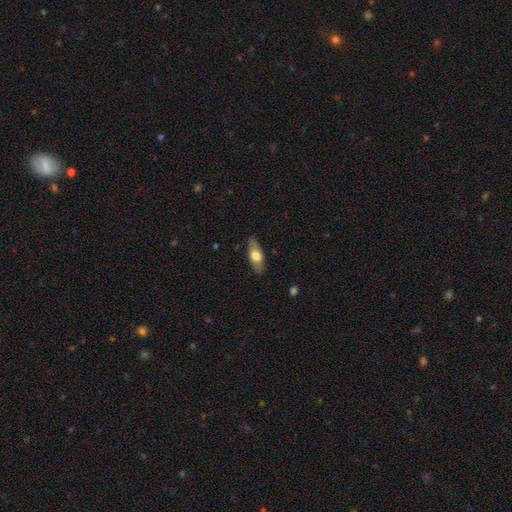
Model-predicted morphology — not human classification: A smooth galaxy with no disk features (64%) that is in between round and cigar-shaped (77%).

Vote fractions:
- Smooth or featured? smooth: 64% / featured or disk: 30% / star or artifact: 6%
- How rounded? in between: 77% / cigar-shaped: 20% / round: 3%
- Merging? none: 84% / minor disturbance: 13% / major disturbance: 3% / merger: 1%